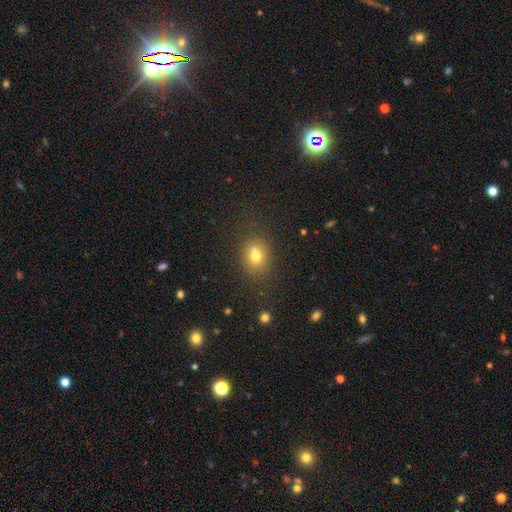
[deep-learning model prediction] The model was most divided on "how rounded": round: 55%, in between: 44%, cigar-shaped: 1%. More confident: smooth or featured — smooth (69%); merging — none (58%).